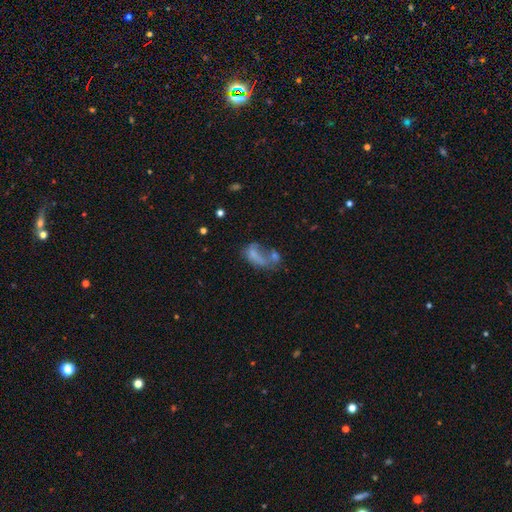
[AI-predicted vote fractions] Q: Smooth or featured?
A: smooth (55%); runner-up: featured or disk (30%)
Q: How rounded?
A: in between (84%); runner-up: round (10%)
Q: Merging?
A: merger (41%); runner-up: major disturbance (29%)